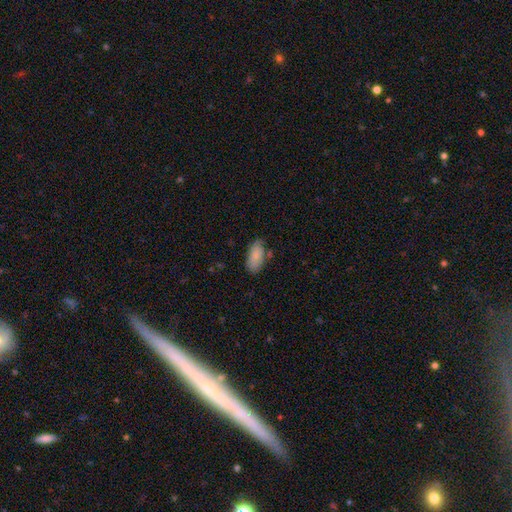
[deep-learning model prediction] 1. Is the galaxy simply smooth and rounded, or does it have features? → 84% smooth, 10% featured or disk, 6% star or artifact.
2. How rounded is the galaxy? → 93% in between, 4% cigar-shaped, 3% round.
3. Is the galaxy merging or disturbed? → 70% none, 21% minor disturbance, 5% merger, 4% major disturbance.